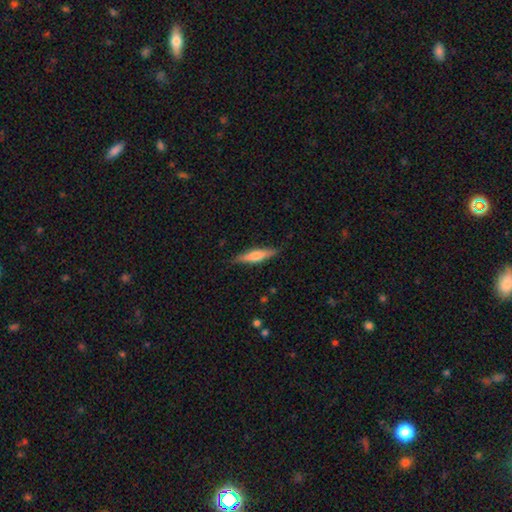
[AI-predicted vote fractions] Smooth or featured? Predicted: smooth (p=0.54). How rounded? Predicted: cigar-shaped (p=0.82). Merging? Predicted: none (p=0.88).